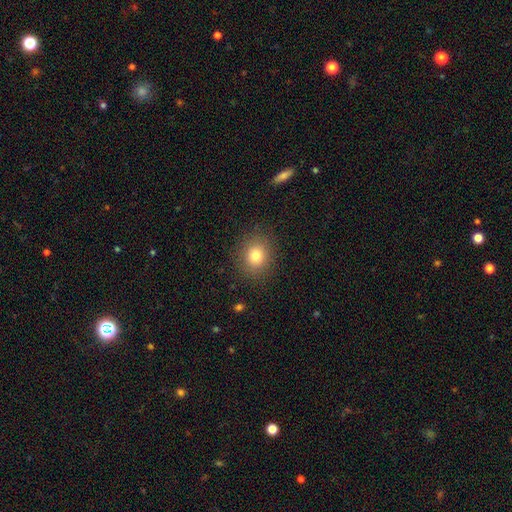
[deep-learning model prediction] Smooth or featured?
  - smooth: 80% *
  - star or artifact: 12%
  - featured or disk: 8%
How rounded?
  - round: 74% *
  - in between: 25%
  - cigar-shaped: 1%
Merging?
  - none: 88% *
  - minor disturbance: 8%
  - major disturbance: 3%
  - merger: 1%